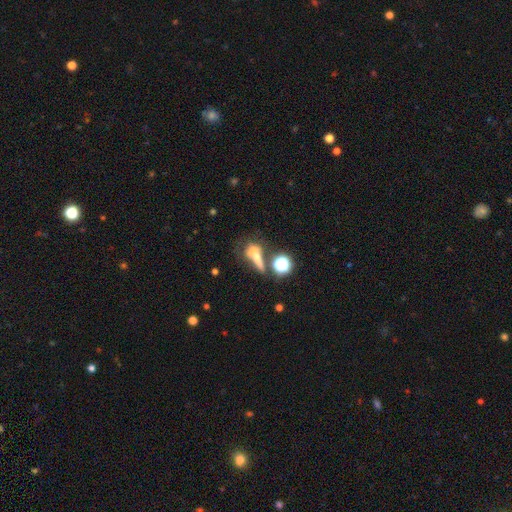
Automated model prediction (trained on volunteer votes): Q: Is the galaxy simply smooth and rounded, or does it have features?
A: smooth — 50%.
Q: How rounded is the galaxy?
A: in between — 40%.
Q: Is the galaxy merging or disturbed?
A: merger — 33%.